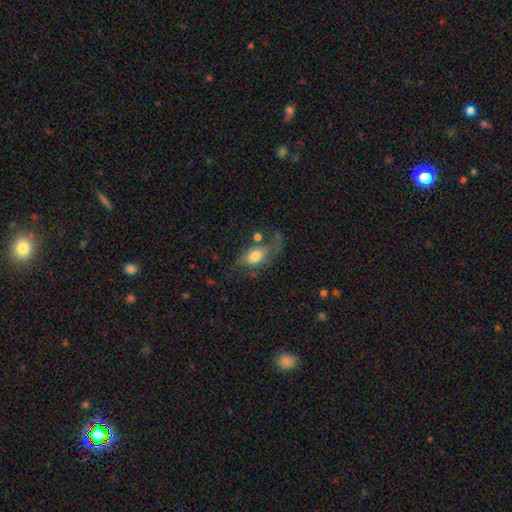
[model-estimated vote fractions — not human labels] smooth_or_featured: smooth (p=0.63) [alt: featured or disk p=0.28]
how_rounded: in between (p=0.82) [alt: round p=0.14]
merging: none (p=0.36) [alt: major disturbance p=0.29]